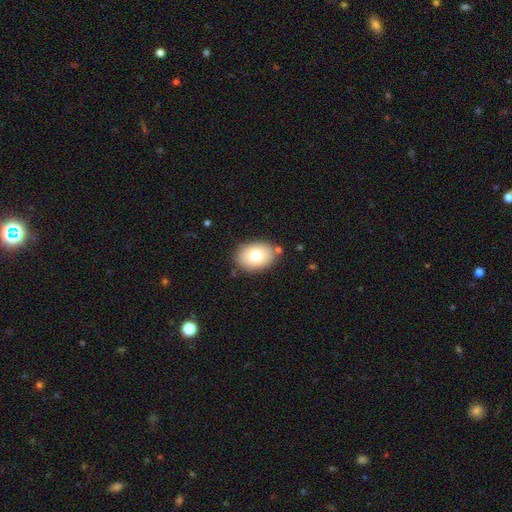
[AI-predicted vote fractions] smooth_or_featured: smooth (p=0.76) [alt: featured or disk p=0.16]
how_rounded: in between (p=0.76) [alt: round p=0.23]
merging: none (p=0.83) [alt: minor disturbance p=0.11]